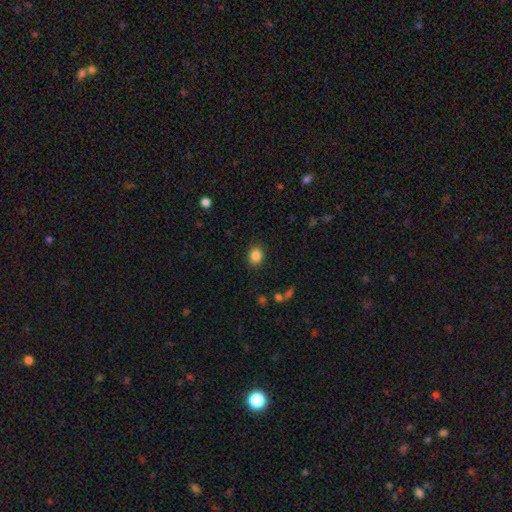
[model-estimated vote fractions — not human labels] The model was most divided on "how rounded": round: 56%, in between: 44%, cigar-shaped: 1%. More confident: merging — none (88%); smooth or featured — smooth (86%).